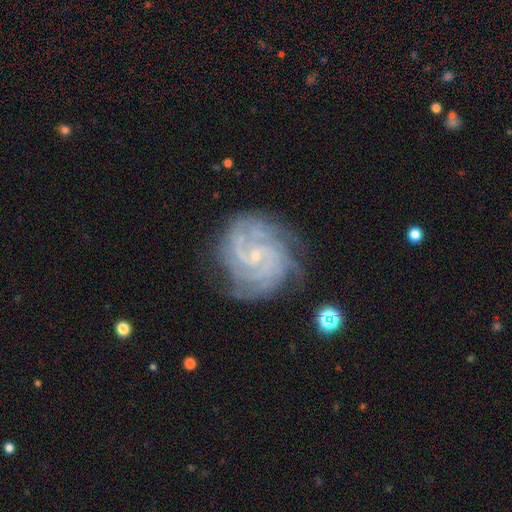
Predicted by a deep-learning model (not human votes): The model was most divided on "spiral arm count": 4: 25%, 3: 22%, 2: 18%, can't tell: 17%, more than 4: 10%, 1: 8%. More confident: spiral arms — yes (98%); edge-on disk — no (98%); smooth or featured — featured or disk (90%); bulge size — small (84%); merging — none (77%); spiral winding — tight (76%); bar — no (55%).